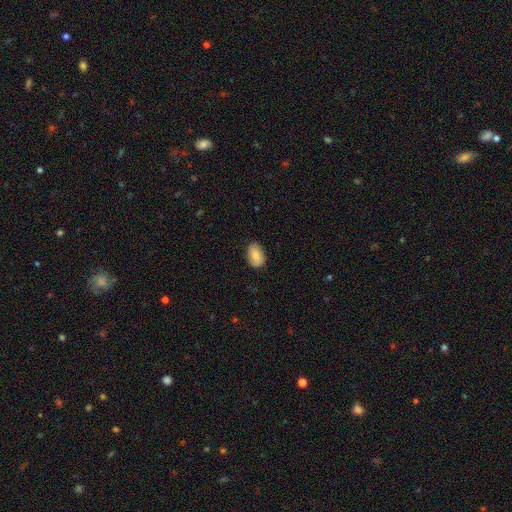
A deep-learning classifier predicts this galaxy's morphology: Smooth or featured? smooth (81%)
How rounded? in between (91%)
Merging? none (82%)